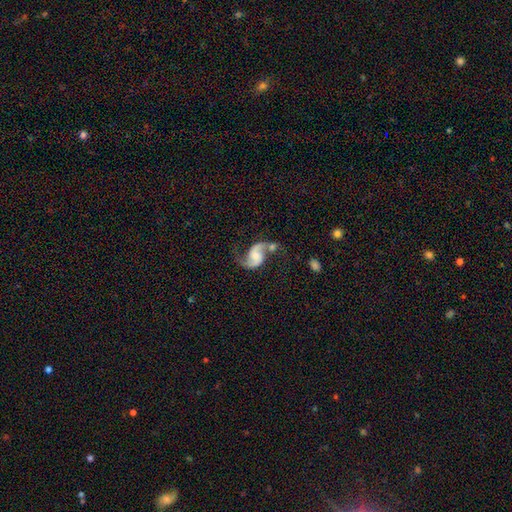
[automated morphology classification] type=featured or disk (89%); edge-on=no (98%); bar=no (54%); spiral arms=yes (97%); winding=loose (57%); arm count=2 (93%); bulge=moderate (39%); merging=none (50%).